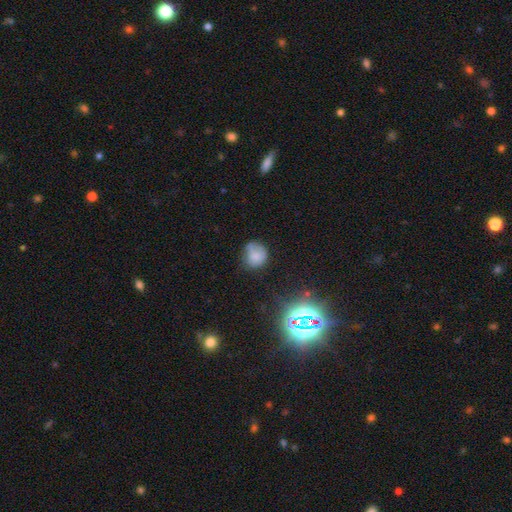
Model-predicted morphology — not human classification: Smooth or featured: smooth — 73% (star or artifact — 14%)
How rounded: round — 74% (in between — 25%)
Merging: none — 50% (minor disturbance — 32%)